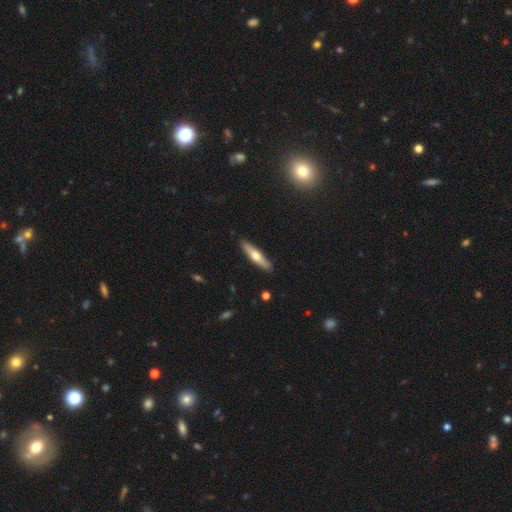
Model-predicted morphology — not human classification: Smooth or featured: smooth — 50% (featured or disk — 44%)
How rounded: cigar-shaped — 81% (in between — 17%)
Merging: none — 89% (minor disturbance — 8%)